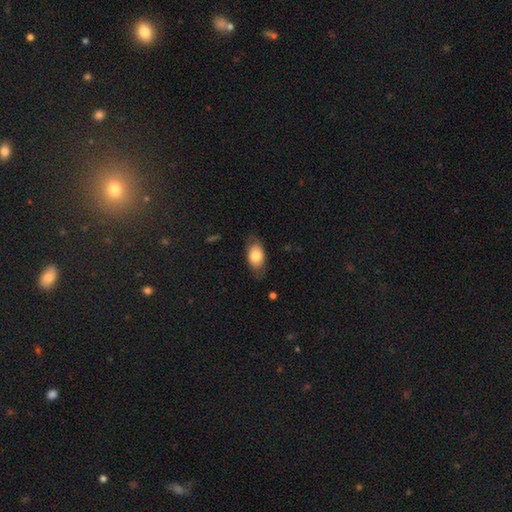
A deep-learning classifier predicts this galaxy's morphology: A smooth galaxy with no disk features (76%) that is in between round and cigar-shaped (90%).

Vote fractions:
- Smooth or featured? smooth: 76% / featured or disk: 18% / star or artifact: 6%
- How rounded? in between: 90% / round: 7% / cigar-shaped: 3%
- Merging? none: 74% / minor disturbance: 20% / major disturbance: 5% / merger: 1%